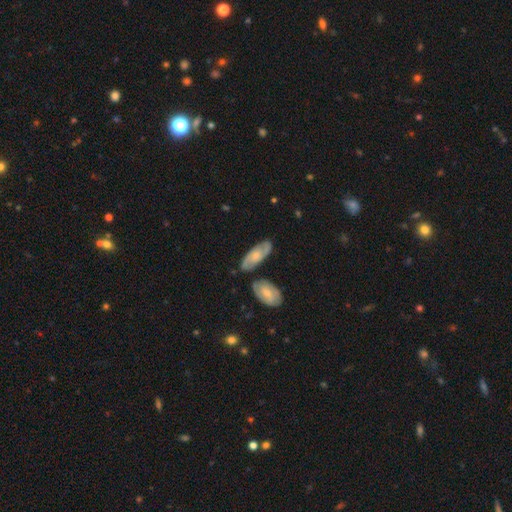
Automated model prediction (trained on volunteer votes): This is likely a featured or disk galaxy (62%). It is clearly not viewed edge-on (87%). Bar: likely no (66%). Spiral arm pattern: clearly yes (86%). Central bulge: possibly small (49%). Merging: likely none (69%).